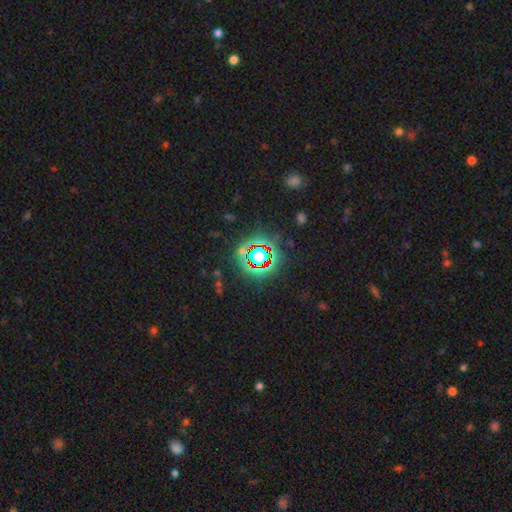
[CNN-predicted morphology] This appears to be a star or artifact, not a galaxy (75%).